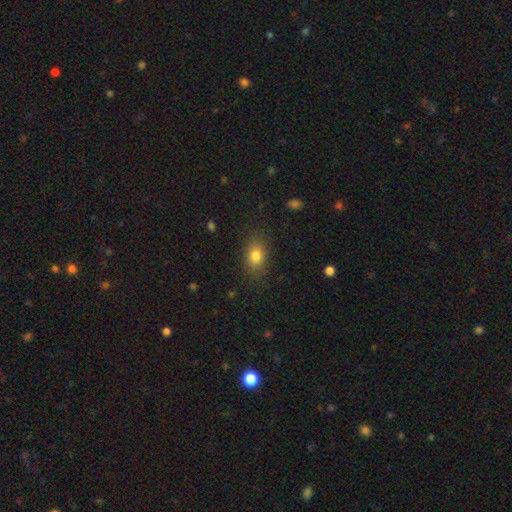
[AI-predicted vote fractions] The model was most divided on "how rounded": in between: 76%, round: 22%, cigar-shaped: 2%. More confident: merging — none (82%); smooth or featured — smooth (81%).